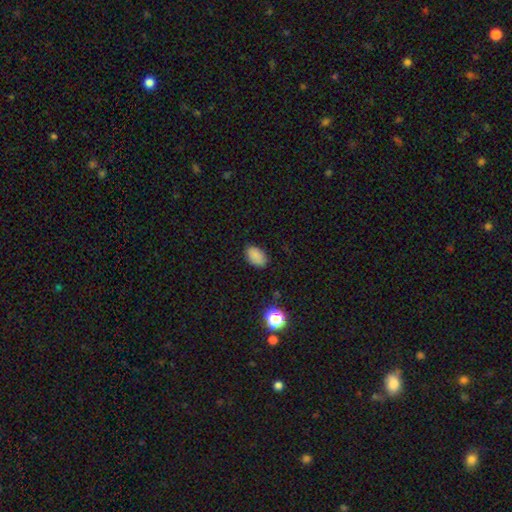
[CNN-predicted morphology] Overall: smooth (85%). How rounded: in between (90%). Merging: none (85%).